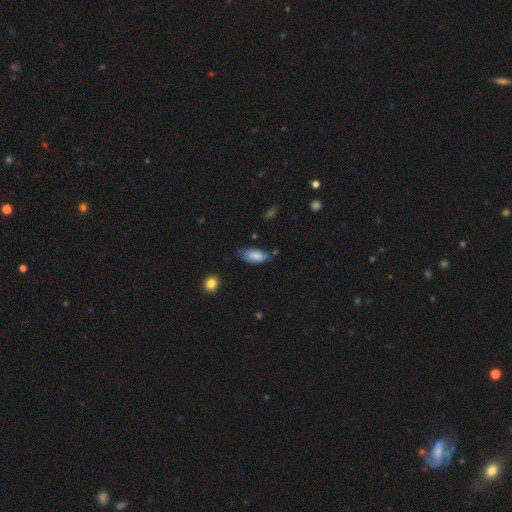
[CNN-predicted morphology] smooth-or-featured: smooth: 83% | featured or disk: 11% | star or artifact: 7%
  how-rounded: in between: 85% | cigar-shaped: 13% | round: 2%
  merging: none: 61% | minor disturbance: 30% | major disturbance: 5% | merger: 4%